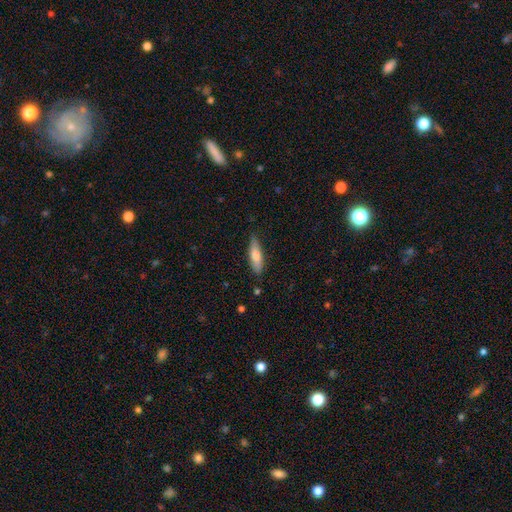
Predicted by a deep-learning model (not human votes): smooth-or-featured: smooth: 69% | featured or disk: 26% | star or artifact: 6%
  how-rounded: cigar-shaped: 59% | in between: 39% | round: 2%
  merging: none: 82% | minor disturbance: 14% | major disturbance: 2% | merger: 1%